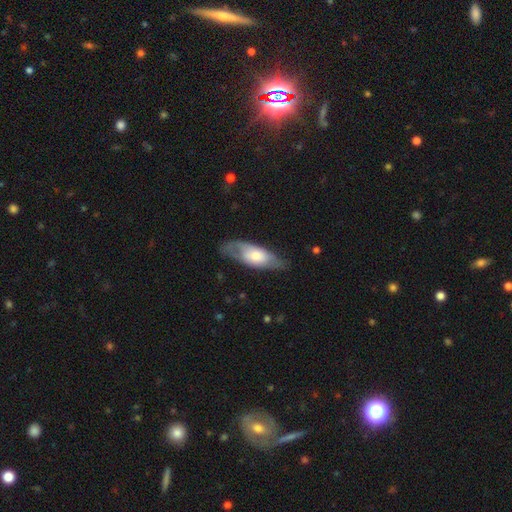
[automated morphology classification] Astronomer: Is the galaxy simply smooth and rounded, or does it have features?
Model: featured or disk — 49% (runner-up: smooth, 46%).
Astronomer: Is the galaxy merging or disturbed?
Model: none — 61%.